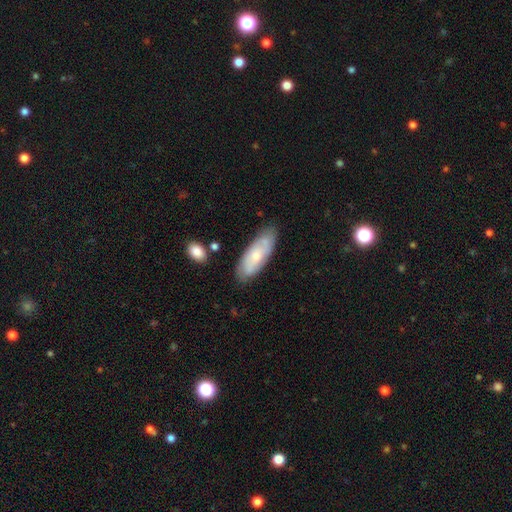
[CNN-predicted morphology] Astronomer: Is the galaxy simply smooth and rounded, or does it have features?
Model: smooth — 51% (runner-up: featured or disk, 43%).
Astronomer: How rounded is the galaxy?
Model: in between — 69%.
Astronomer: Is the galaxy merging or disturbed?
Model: none — 75%.